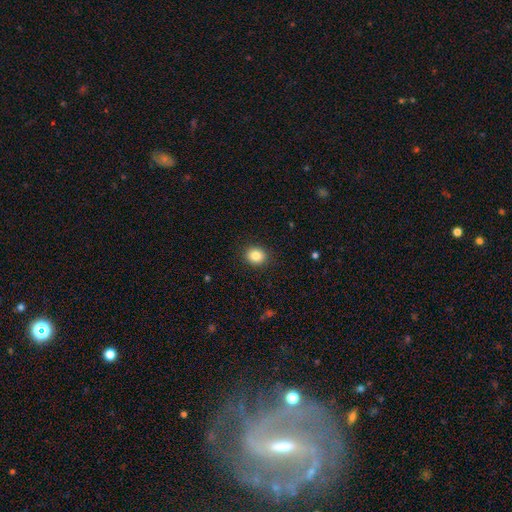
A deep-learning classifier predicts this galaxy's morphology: Smooth or featured? Predicted: smooth (p=0.85). How rounded? Predicted: round (p=0.70). Merging? Predicted: none (p=0.90).